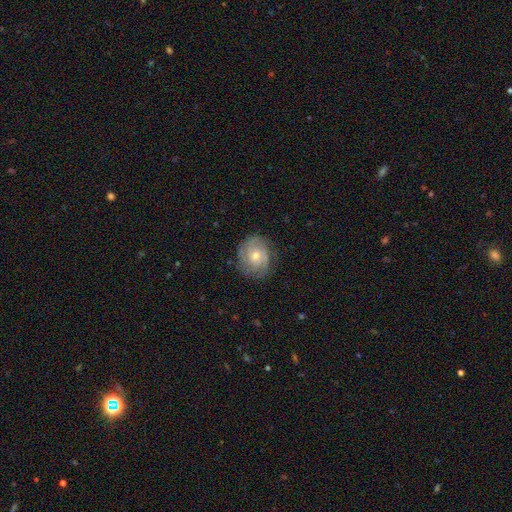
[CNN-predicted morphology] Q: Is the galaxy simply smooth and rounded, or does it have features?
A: featured or disk — 64%.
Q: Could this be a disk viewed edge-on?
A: no — 97%.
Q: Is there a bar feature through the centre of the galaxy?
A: no — 78%.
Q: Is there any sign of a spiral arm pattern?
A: yes — 86%.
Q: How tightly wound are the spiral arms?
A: tight — 62%.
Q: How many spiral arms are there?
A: can't tell — 37%.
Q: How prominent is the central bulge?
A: moderate — 49%.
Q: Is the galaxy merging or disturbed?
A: none — 75%.